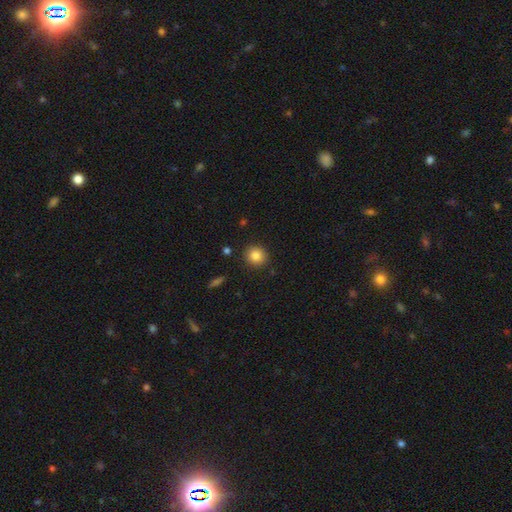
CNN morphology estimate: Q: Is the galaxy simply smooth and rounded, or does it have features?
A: smooth — 84%.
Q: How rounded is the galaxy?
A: round — 89%.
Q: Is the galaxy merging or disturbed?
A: none — 90%.